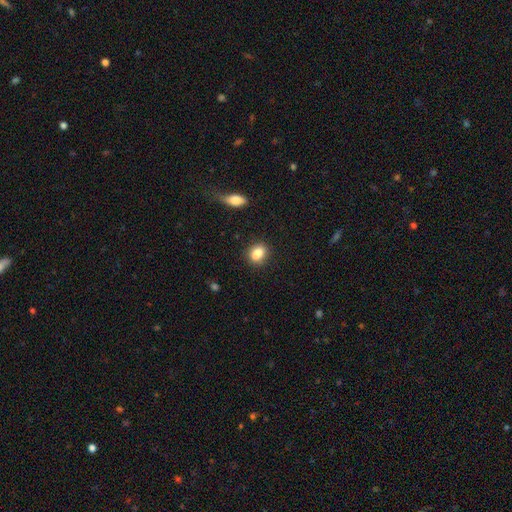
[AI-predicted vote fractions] smooth-or-featured: smooth: 81% | star or artifact: 10% | featured or disk: 9%
  how-rounded: in between: 64% | round: 34% | cigar-shaped: 2%
  merging: none: 64% | merger: 16% | minor disturbance: 16% | major disturbance: 4%